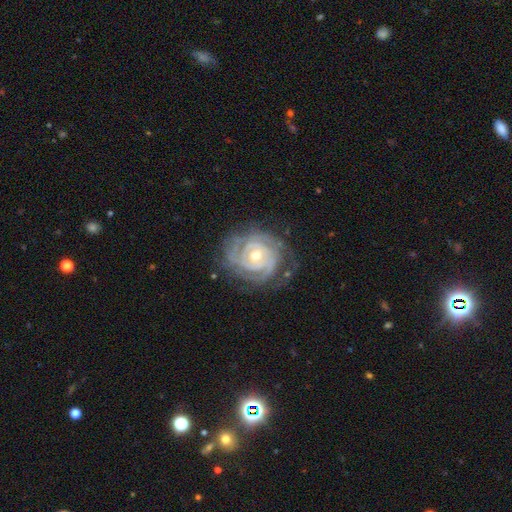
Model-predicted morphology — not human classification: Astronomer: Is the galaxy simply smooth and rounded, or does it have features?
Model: featured or disk — 91%.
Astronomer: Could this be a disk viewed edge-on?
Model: no — 98%.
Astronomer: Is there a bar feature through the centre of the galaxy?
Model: no — 70%.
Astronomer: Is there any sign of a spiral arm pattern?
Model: yes — 98%.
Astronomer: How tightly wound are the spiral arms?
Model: tight — 83%.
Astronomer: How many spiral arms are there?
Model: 3 — 29% (runner-up: 2, 24%).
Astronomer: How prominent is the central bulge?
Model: moderate — 54% (runner-up: small, 43%).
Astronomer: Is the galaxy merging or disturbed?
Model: none — 75%.